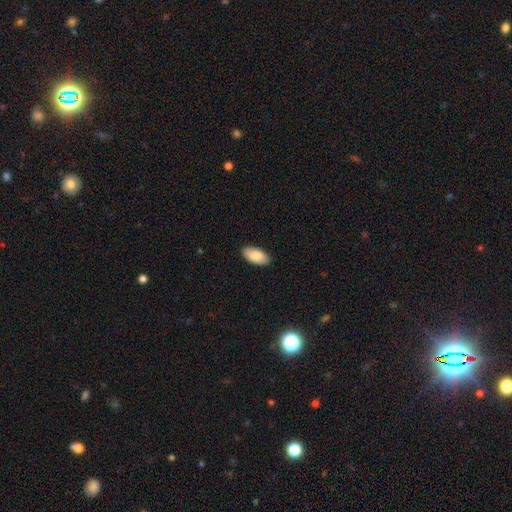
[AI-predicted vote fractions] A smooth galaxy with no disk features (88%) that is in between round and cigar-shaped (94%).

Vote fractions:
- Smooth or featured? smooth: 88% / featured or disk: 7% / star or artifact: 6%
- How rounded? in between: 94% / cigar-shaped: 4% / round: 2%
- Merging? none: 89% / minor disturbance: 9% / major disturbance: 2% / merger: 1%